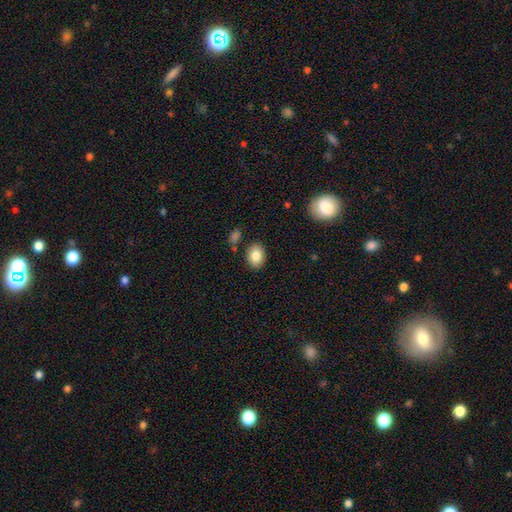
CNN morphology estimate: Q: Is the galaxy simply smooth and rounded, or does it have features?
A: smooth — 84%.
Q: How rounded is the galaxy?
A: in between — 66%.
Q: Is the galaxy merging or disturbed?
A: none — 83%.